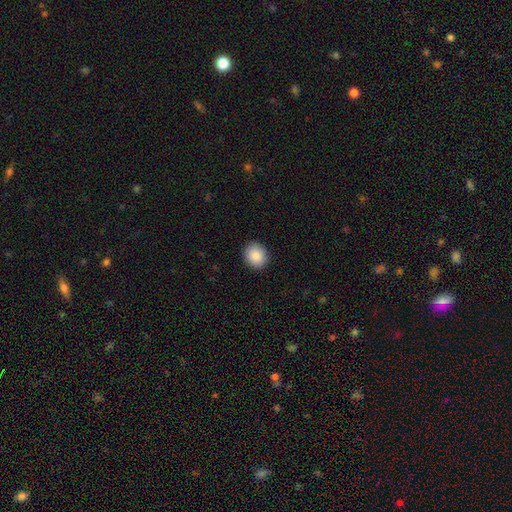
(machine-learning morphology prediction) Smooth or featured? Predicted: smooth (p=0.88). How rounded? Predicted: round (p=0.70). Merging? Predicted: none (p=0.91).